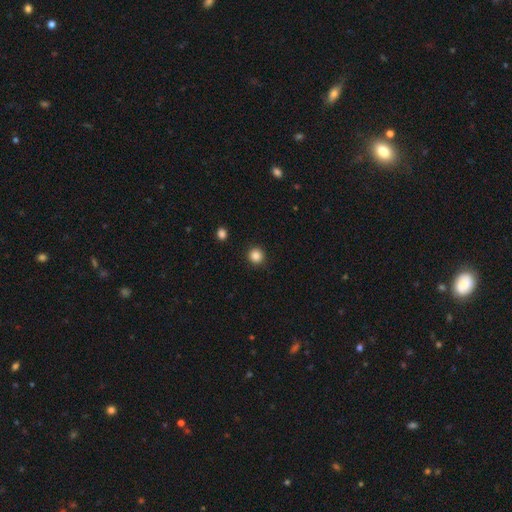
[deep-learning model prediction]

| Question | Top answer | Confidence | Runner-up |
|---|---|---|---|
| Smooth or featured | smooth | 86% | star or artifact (11%) |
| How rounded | round | 94% | in between (5%) |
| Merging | none | 92% | minor disturbance (5%) |